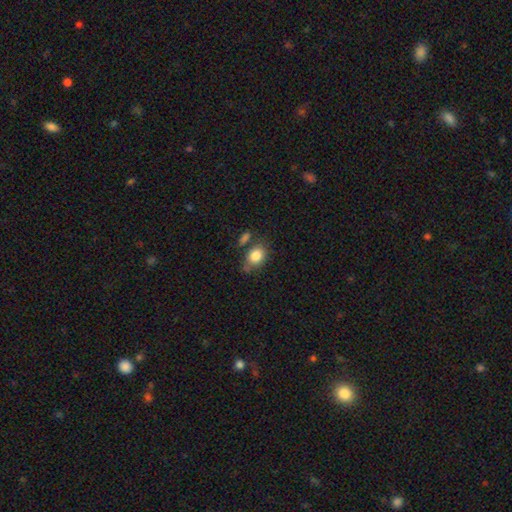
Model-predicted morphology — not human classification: Smooth or featured: smooth — 84% (star or artifact — 9%)
How rounded: in between — 61% (round — 37%)
Merging: none — 61% (minor disturbance — 19%)